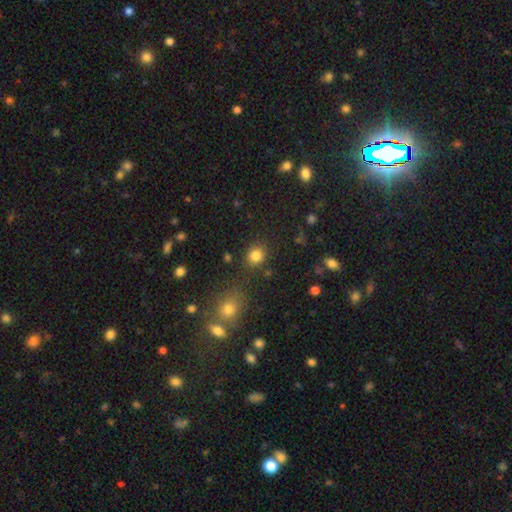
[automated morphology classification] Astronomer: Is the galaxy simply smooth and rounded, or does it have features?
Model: smooth — 83%.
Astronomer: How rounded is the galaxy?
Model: round — 75%.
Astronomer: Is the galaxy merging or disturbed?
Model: none — 81%.